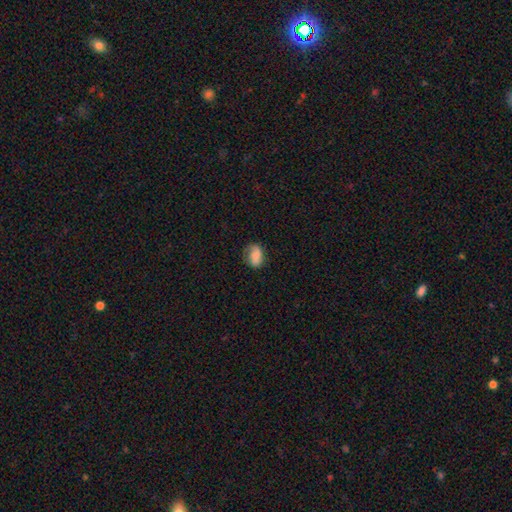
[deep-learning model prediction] Smooth or featured: smooth — 63% (featured or disk — 28%)
How rounded: in between — 72% (round — 27%)
Merging: none — 55% (minor disturbance — 27%)